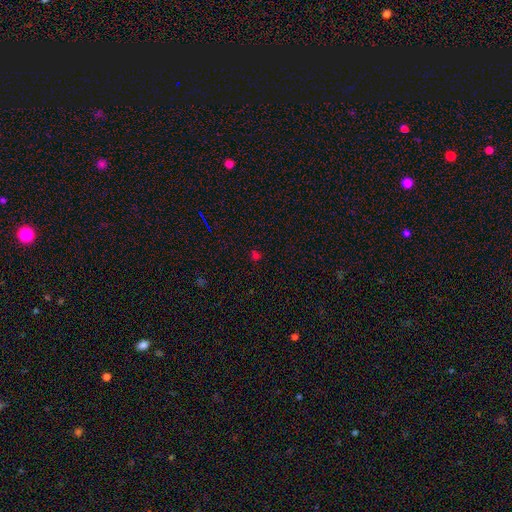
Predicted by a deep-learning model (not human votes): A smooth galaxy with no disk features (47%).

Vote fractions:
- Smooth or featured? smooth: 47% / star or artifact: 45% / featured or disk: 7%
- Merging? none: 70% / merger: 13% / minor disturbance: 12% / major disturbance: 5%